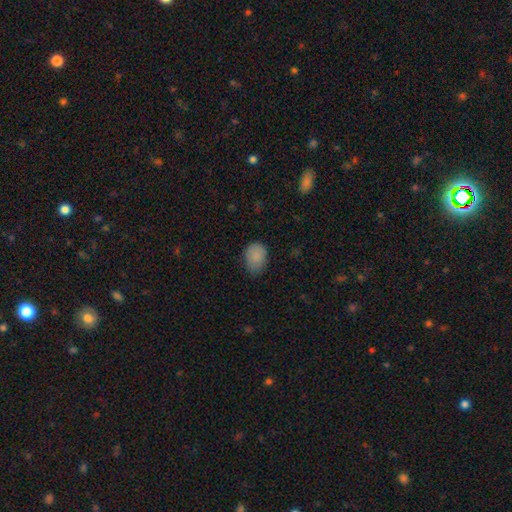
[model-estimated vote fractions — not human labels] This appears to be a smooth galaxy with no disk features (86%) that is in between round and cigar-shaped (65%). Merging: none (57%).